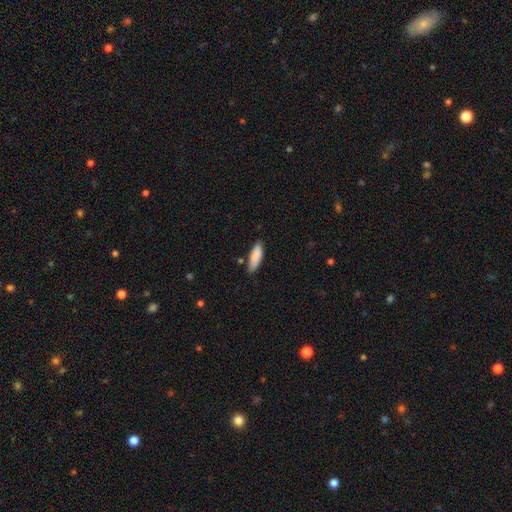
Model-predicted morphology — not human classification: Smooth or featured? smooth (87%)
How rounded? in between (56%)
Merging? none (80%)